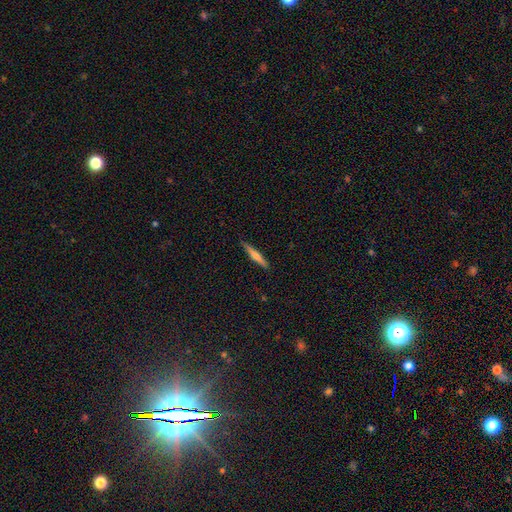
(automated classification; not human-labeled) The model was most divided on "smooth or featured": smooth: 50%, featured or disk: 44%, star or artifact: 6%. More confident: merging — none (89%).